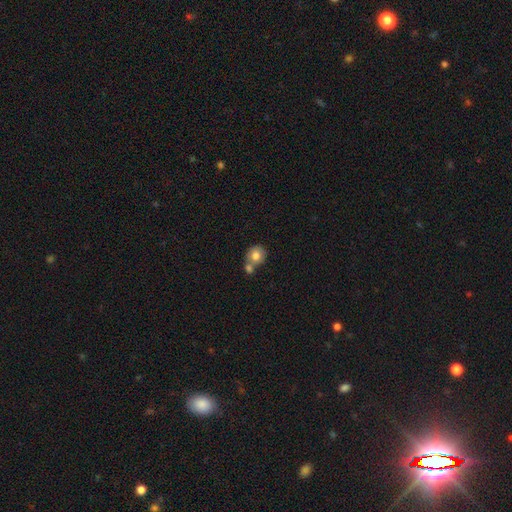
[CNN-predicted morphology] smooth_or_featured: smooth (p=0.77) [alt: featured or disk p=0.15]
how_rounded: round (p=0.77) [alt: in between p=0.22]
merging: merger (p=0.48) [alt: none p=0.38]